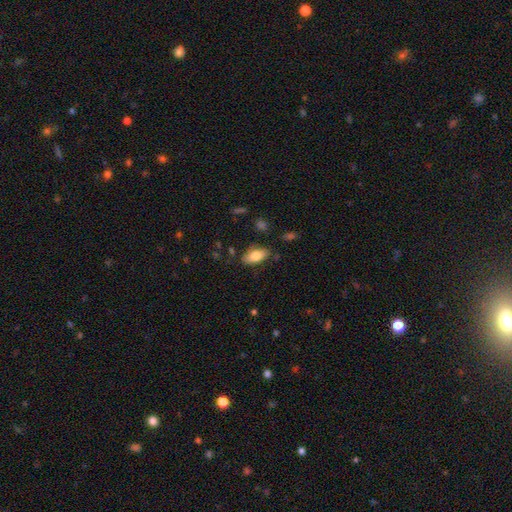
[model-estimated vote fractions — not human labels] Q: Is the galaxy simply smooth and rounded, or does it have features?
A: smooth — 80%.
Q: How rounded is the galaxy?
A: in between — 90%.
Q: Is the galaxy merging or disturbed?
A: none — 77%.